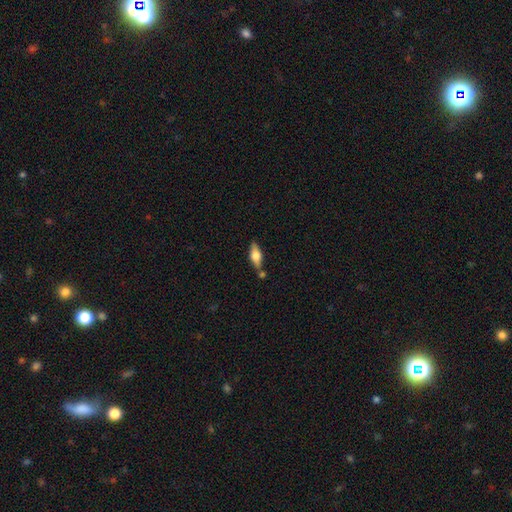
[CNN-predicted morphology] Smooth or featured? smooth (49%)
Merging? none (72%)